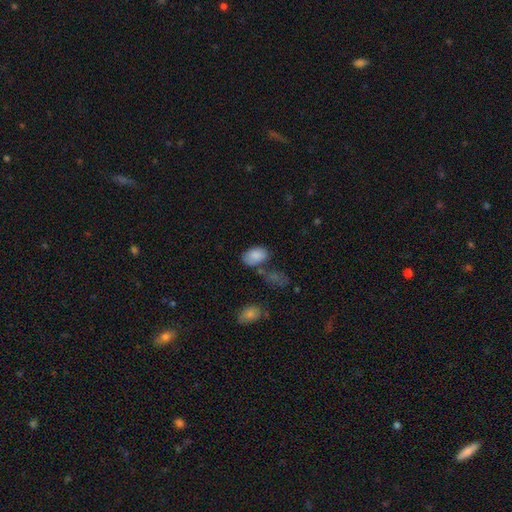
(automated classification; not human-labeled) smooth-or-featured: smooth: 86% | star or artifact: 8% | featured or disk: 6%
  how-rounded: in between: 92% | round: 7% | cigar-shaped: 1%
  merging: none: 60% | minor disturbance: 21% | merger: 12% | major disturbance: 7%